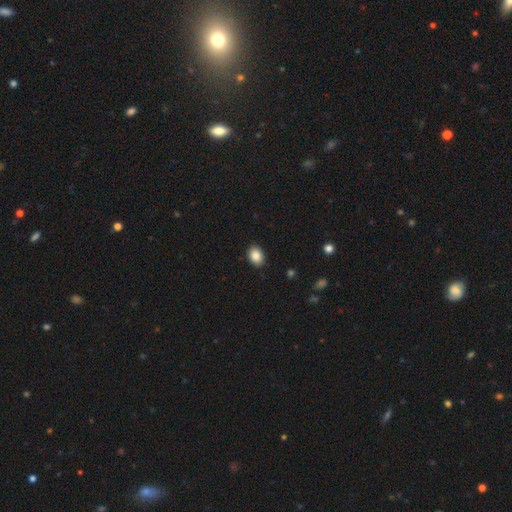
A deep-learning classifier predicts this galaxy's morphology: smooth-or-featured: smooth: 87% | star or artifact: 8% | featured or disk: 5%
  how-rounded: in between: 75% | round: 24% | cigar-shaped: 1%
  merging: none: 90% | minor disturbance: 8% | major disturbance: 2% | merger: 1%